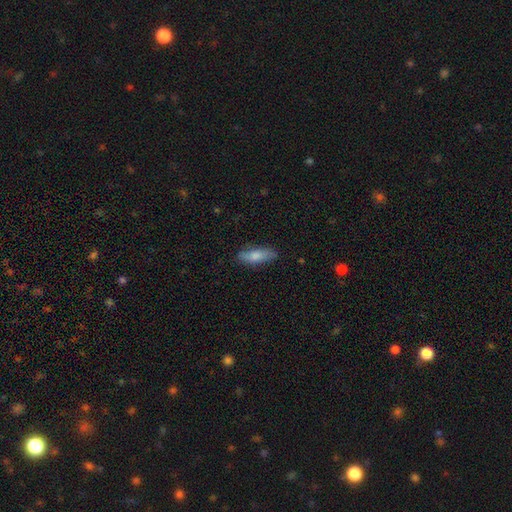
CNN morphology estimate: This is likely a smooth galaxy (76%). How rounded: possibly in between (54%). Merging: likely none (79%).